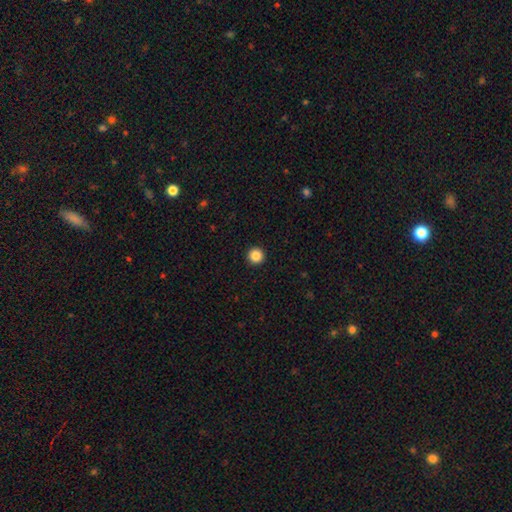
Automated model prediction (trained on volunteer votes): Smooth or featured: smooth — 86% (star or artifact — 10%)
How rounded: round — 96% (in between — 3%)
Merging: none — 94% (minor disturbance — 4%)